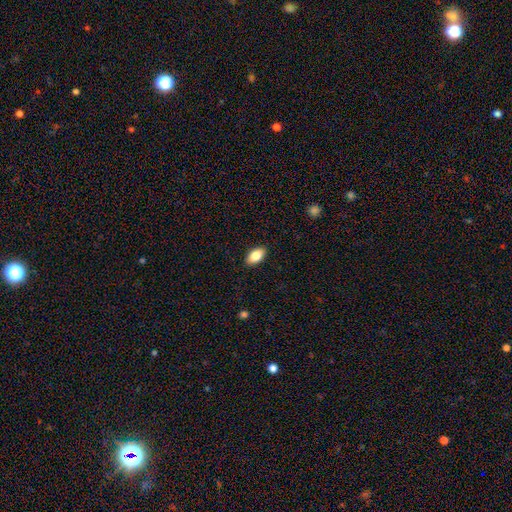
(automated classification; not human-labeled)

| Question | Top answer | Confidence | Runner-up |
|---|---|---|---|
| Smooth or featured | smooth | 83% | featured or disk (10%) |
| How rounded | in between | 93% | round (4%) |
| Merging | none | 89% | minor disturbance (8%) |